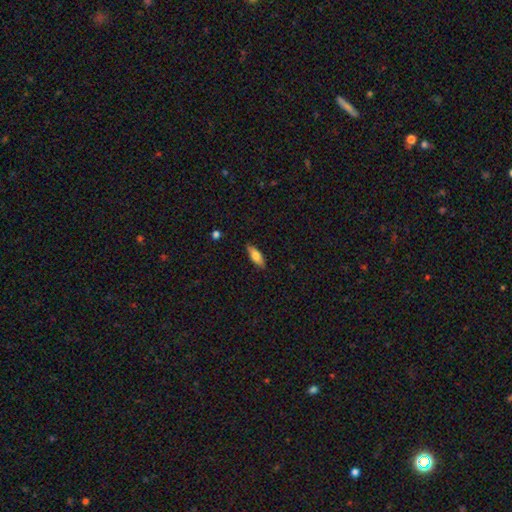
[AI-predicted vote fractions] smooth-or-featured: smooth: 68% | featured or disk: 26% | star or artifact: 6%
  how-rounded: in between: 61% | cigar-shaped: 37% | round: 2%
  merging: none: 86% | minor disturbance: 11% | major disturbance: 2% | merger: 1%